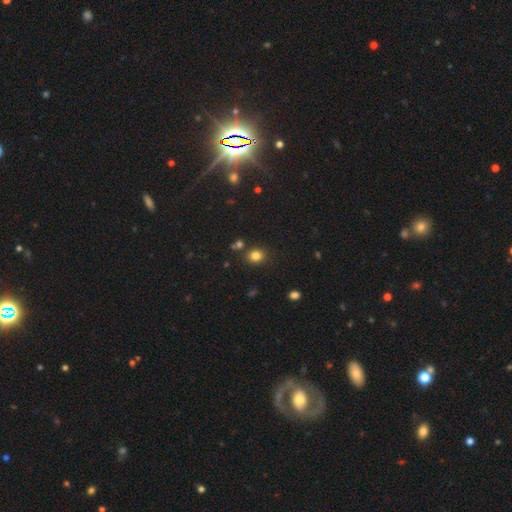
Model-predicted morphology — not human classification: Smooth or featured?
  - smooth: 80% *
  - star or artifact: 14%
  - featured or disk: 6%
How rounded?
  - round: 74% *
  - in between: 25%
  - cigar-shaped: 1%
Merging?
  - none: 81% *
  - minor disturbance: 9%
  - merger: 7%
  - major disturbance: 3%